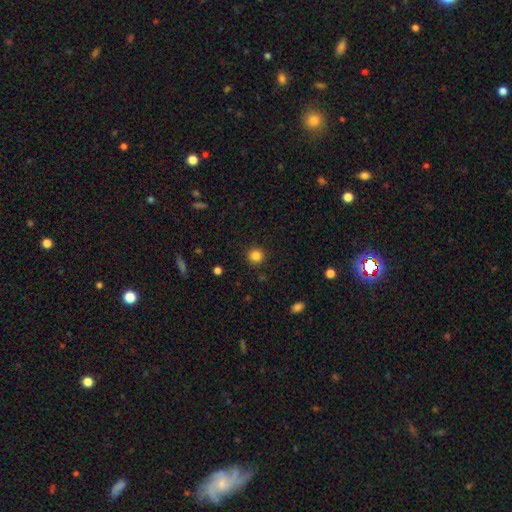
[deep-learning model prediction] Smooth or featured? smooth (83%)
How rounded? round (94%)
Merging? none (91%)